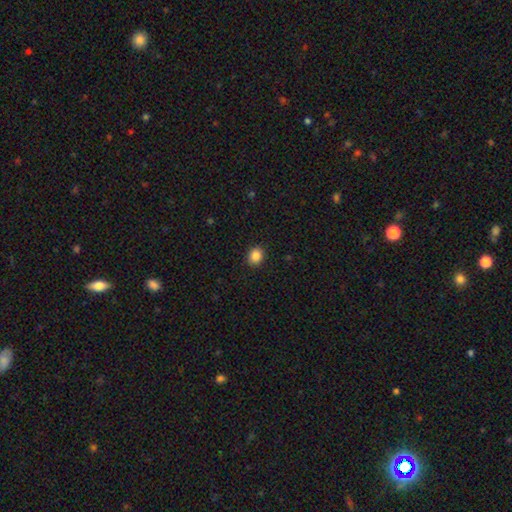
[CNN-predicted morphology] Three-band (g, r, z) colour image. It shows a smooth galaxy with no disk features (86%) that is round (67%). Merging: none (91%).